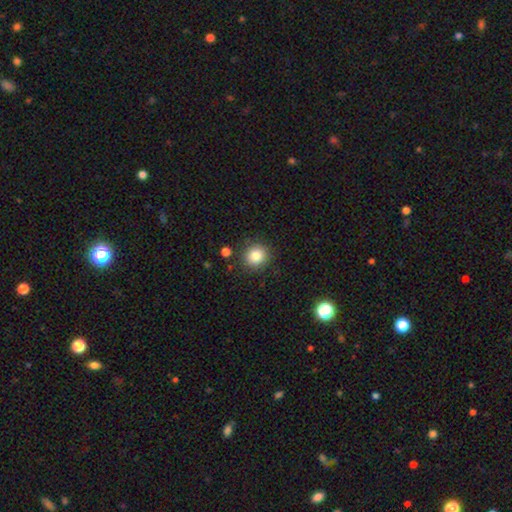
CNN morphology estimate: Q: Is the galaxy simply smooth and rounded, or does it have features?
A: smooth — 83%.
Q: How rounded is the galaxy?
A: round — 89%.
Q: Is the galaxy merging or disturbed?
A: none — 87%.